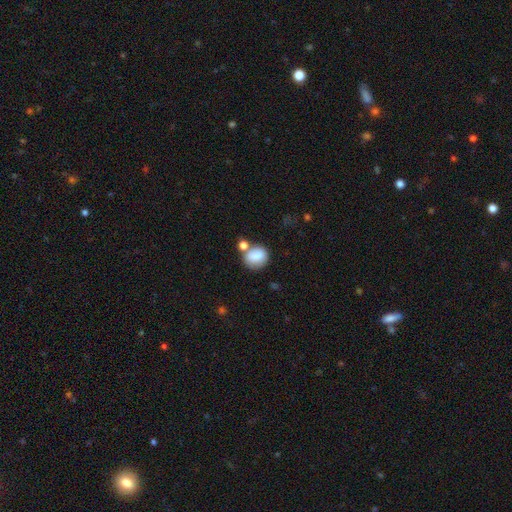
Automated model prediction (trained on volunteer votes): A smooth galaxy with no disk features (83%) that is round (66%). Merging: none (52%).